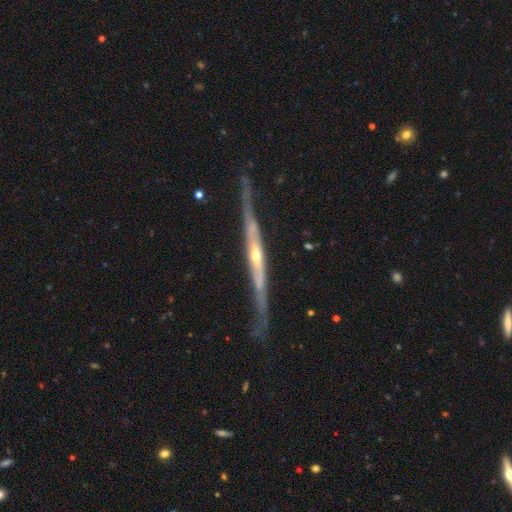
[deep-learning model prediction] This appears to be a featured or disk galaxy (85%) viewed edge-on (91%) with a rounded central bulge (59%). Merging: none (70%).